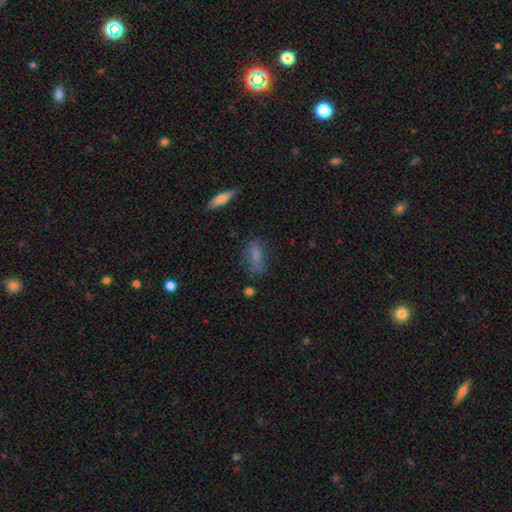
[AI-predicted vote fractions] Smooth or featured? Predicted: smooth (p=0.73). How rounded? Predicted: in between (p=0.75). Merging? Predicted: none (p=0.62).